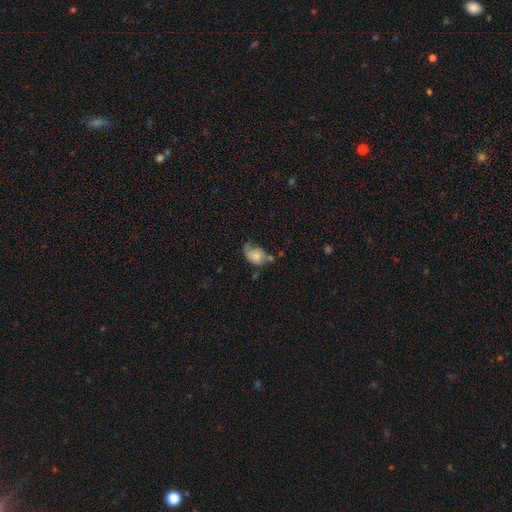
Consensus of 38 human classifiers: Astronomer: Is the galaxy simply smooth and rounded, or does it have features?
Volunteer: smooth — 84%.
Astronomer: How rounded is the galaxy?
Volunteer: in between — 88%.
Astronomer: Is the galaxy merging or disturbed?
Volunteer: minor disturbance — 42% (runner-up: none, 28%).